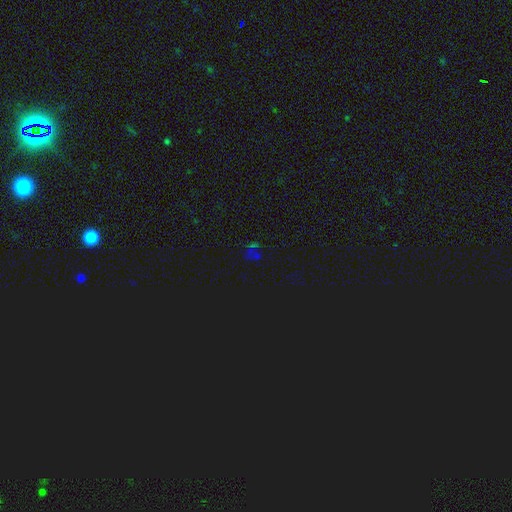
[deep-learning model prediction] Q: Smooth or featured?
A: star or artifact (66%); runner-up: smooth (23%)